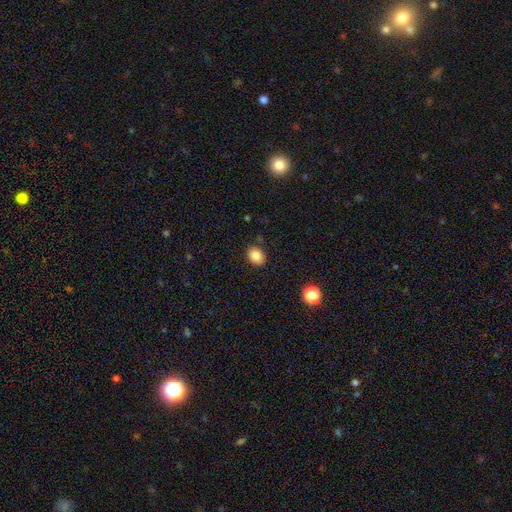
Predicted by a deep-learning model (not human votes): A smooth galaxy with no disk features (84%) that is in between round and cigar-shaped (60%). Merging: none (87%).